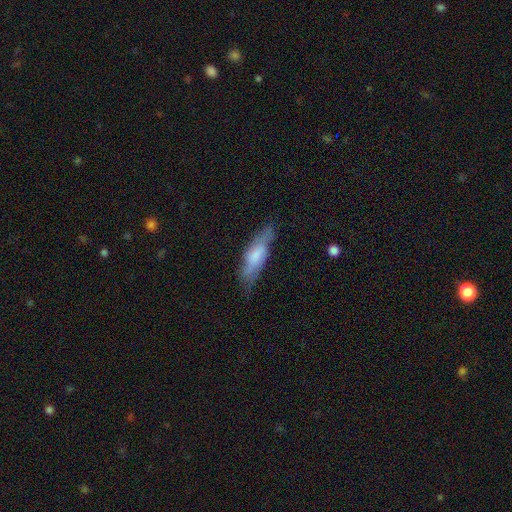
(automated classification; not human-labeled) The model was most divided on "how rounded": cigar-shaped: 57%, in between: 41%, round: 2%. More confident: merging — none (67%); smooth or featured — smooth (55%).